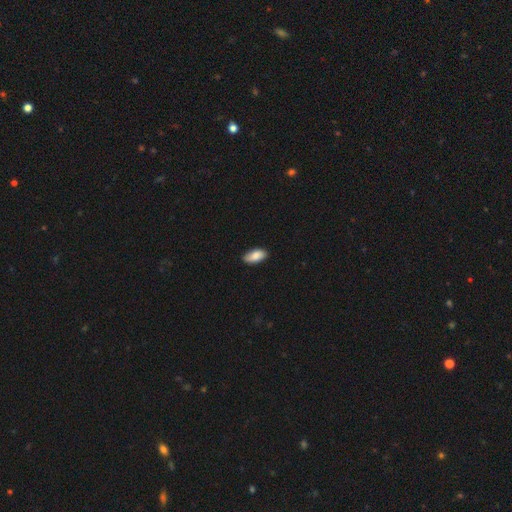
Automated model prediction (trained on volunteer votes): The model was most divided on "merging": none: 87%, minor disturbance: 11%, major disturbance: 2%, merger: 1%. More confident: how rounded — in between (92%); smooth or featured — smooth (85%).